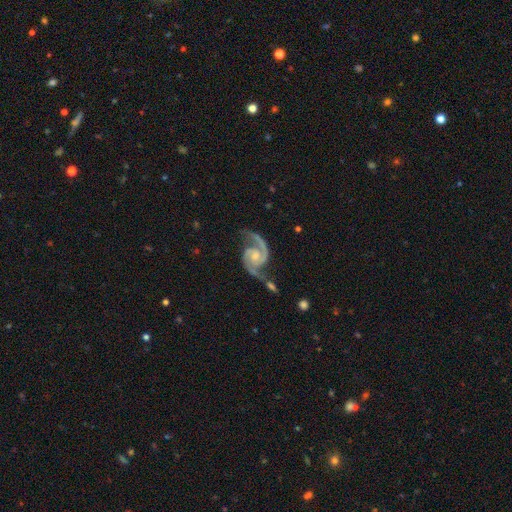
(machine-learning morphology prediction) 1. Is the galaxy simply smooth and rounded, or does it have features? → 94% featured or disk, 4% star or artifact, 3% smooth.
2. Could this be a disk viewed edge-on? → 98% no, 2% yes.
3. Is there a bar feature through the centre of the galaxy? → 63% no, 29% weak, 7% strong.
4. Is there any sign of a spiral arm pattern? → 99% yes, 1% no.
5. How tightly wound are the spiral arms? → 59% medium, 21% tight, 19% loose.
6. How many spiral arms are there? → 94% 2, 2% 3, 1% can't tell, 1% 1, 1% 4, 1% more than 4.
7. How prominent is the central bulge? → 47% small, 42% moderate, 7% none, 3% large, 1% dominant.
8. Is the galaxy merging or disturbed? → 59% none, 19% minor disturbance, 12% merger, 10% major disturbance.